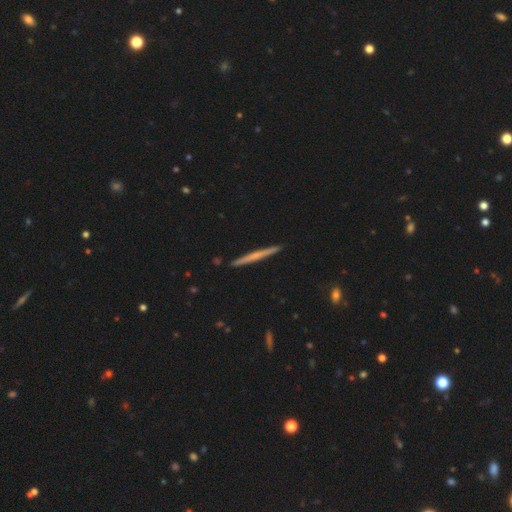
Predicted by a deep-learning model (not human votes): Smooth or featured? Predicted: featured or disk (p=0.53). Edge-on disk? Predicted: yes (p=0.98). Edge-on bulge? Predicted: none (p=0.68). Merging? Predicted: none (p=0.92).